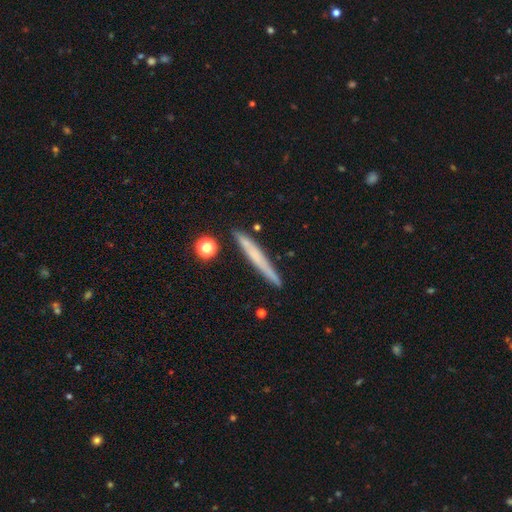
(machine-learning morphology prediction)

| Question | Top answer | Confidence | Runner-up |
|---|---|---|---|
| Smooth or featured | smooth | 53% | featured or disk (39%) |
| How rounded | cigar-shaped | 96% | in between (3%) |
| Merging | none | 85% | minor disturbance (10%) |